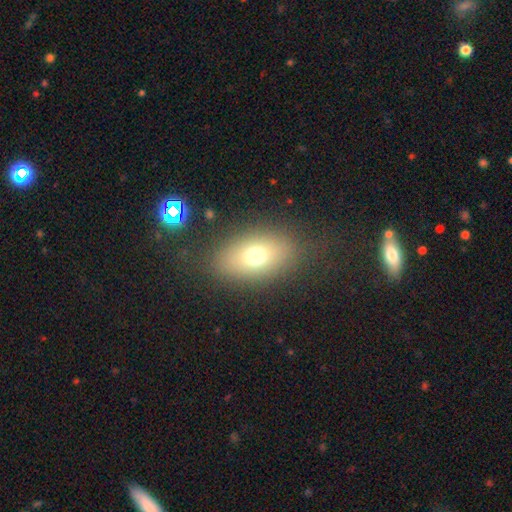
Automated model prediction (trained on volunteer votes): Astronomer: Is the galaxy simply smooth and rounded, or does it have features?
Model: smooth — 70%.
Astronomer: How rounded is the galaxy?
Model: in between — 82%.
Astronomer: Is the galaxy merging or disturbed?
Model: none — 80%.